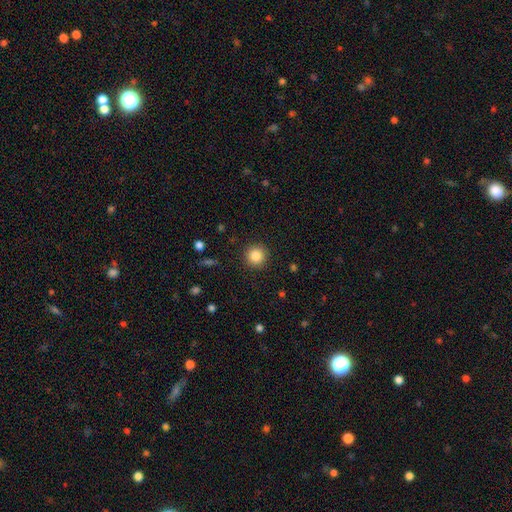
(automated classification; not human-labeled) This appears to be a smooth galaxy with no disk features (85%) that is round (94%). Merging: none (91%).